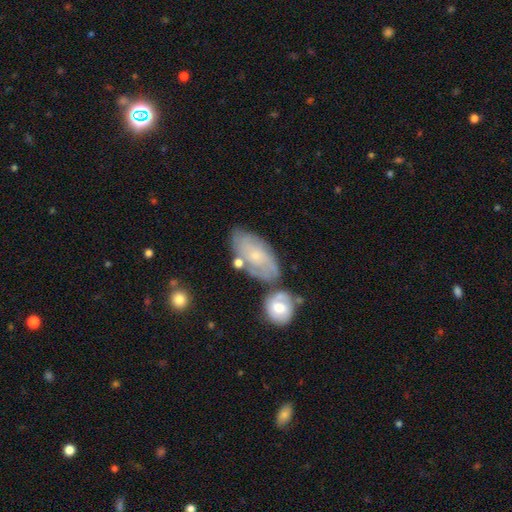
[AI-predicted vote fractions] This appears to be a featured or disk galaxy (57%) with no bar (75%), spiral arms (78%) and a small central bulge (68%). Merging: none (54%).